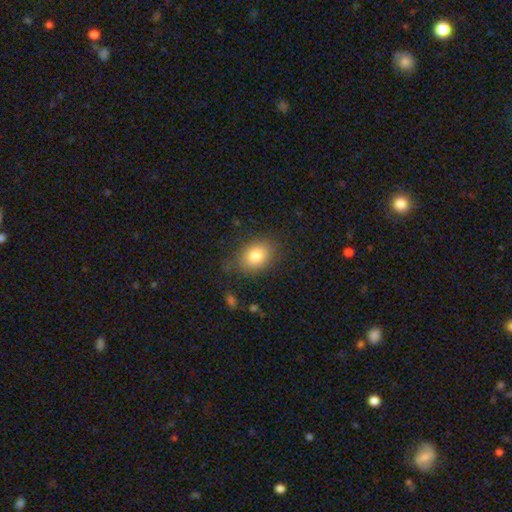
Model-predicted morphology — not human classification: Smooth or featured? Predicted: smooth (p=0.81). How rounded? Predicted: in between (p=0.67). Merging? Predicted: none (p=0.77).